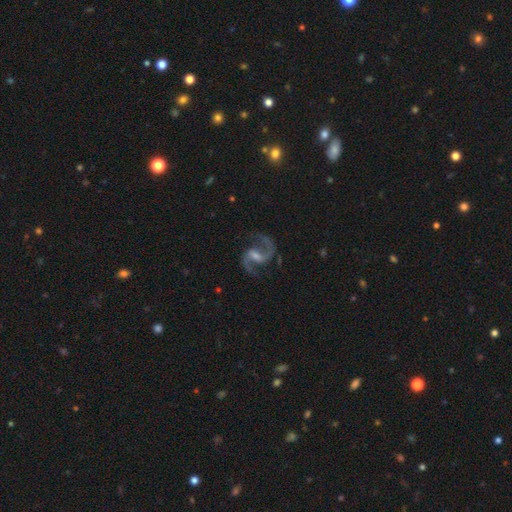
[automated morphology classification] Smooth or featured? featured or disk (92%)
Edge-on disk? no (98%)
Bar? weak (52%)
Spiral arms? yes (98%)
Spiral winding? medium (59%)
Spiral arm count? 2 (94%)
Bulge size? small (44%)
Merging? none (82%)